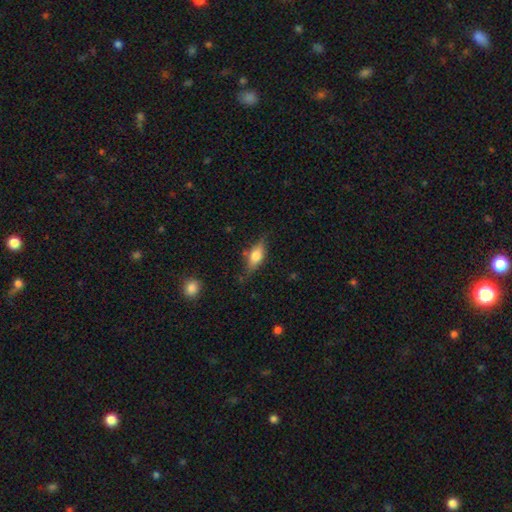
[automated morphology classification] type=smooth (53%); roundness=in between (69%); merging=none (74%).